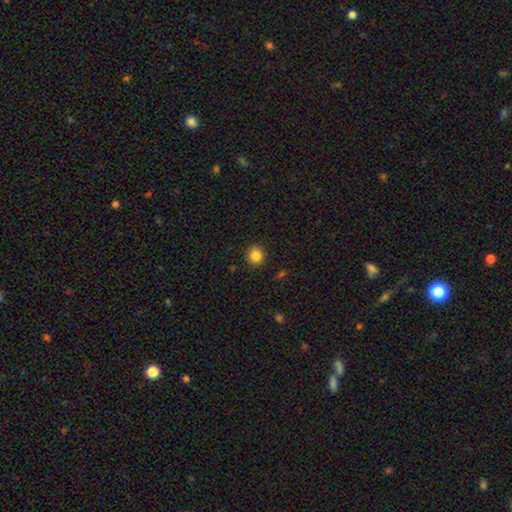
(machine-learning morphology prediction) A smooth galaxy with no disk features (85%) that is round (88%). Merging: none (89%).